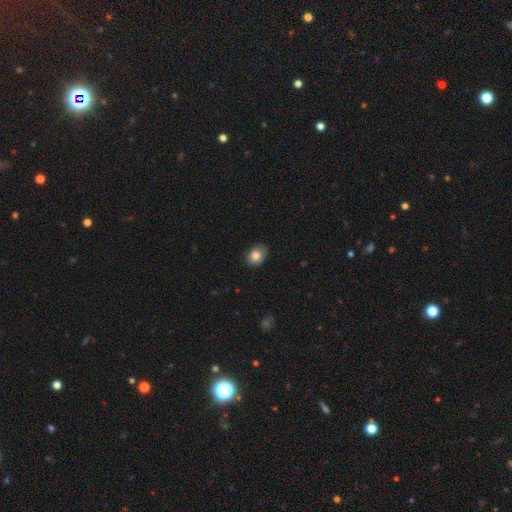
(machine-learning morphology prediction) A smooth galaxy with no disk features (82%) that is in between round and cigar-shaped (58%). Merging: none (77%).